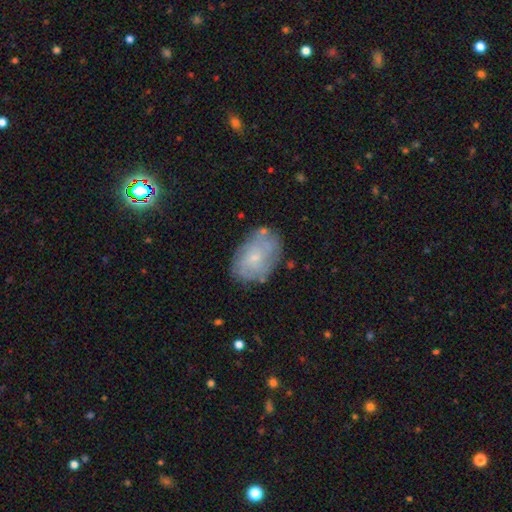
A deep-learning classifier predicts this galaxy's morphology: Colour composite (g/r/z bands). It shows a featured or disk galaxy (51%). Merging: none (70%).